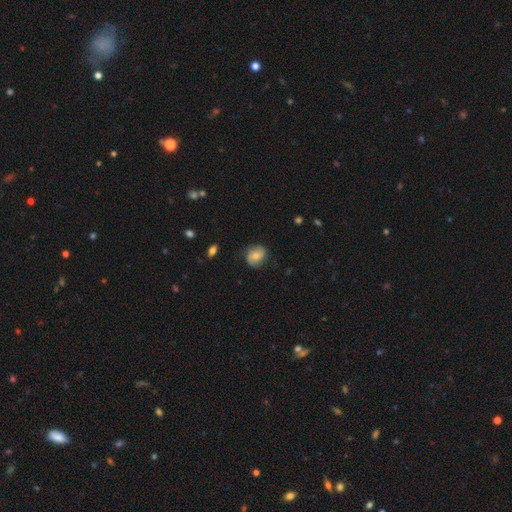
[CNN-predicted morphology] This is likely a smooth galaxy (64%). How rounded: likely round (62%). Merging: likely none (75%).